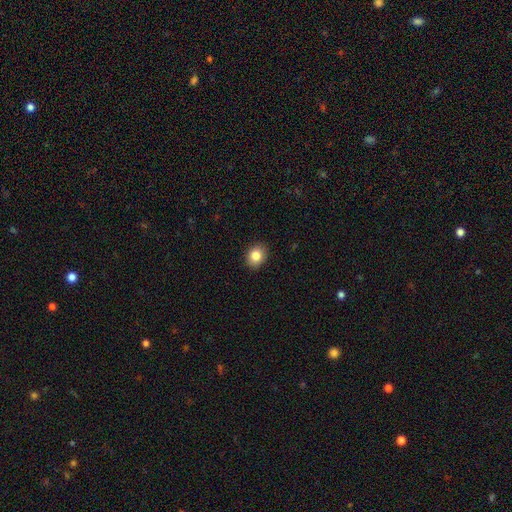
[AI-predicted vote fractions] smooth_or_featured: smooth (p=0.84) [alt: star or artifact p=0.09]
how_rounded: in between (p=0.50) [alt: round p=0.49]
merging: none (p=0.90) [alt: minor disturbance p=0.08]